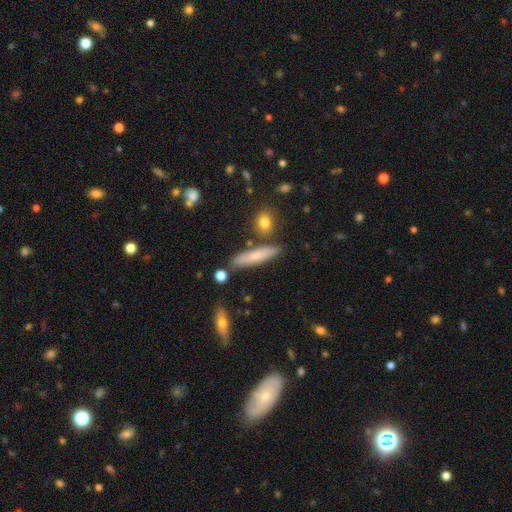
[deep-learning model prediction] smooth-or-featured: smooth: 72% | featured or disk: 21% | star or artifact: 7%
  how-rounded: cigar-shaped: 83% | in between: 15% | round: 2%
  merging: none: 81% | minor disturbance: 11% | merger: 6% | major disturbance: 3%